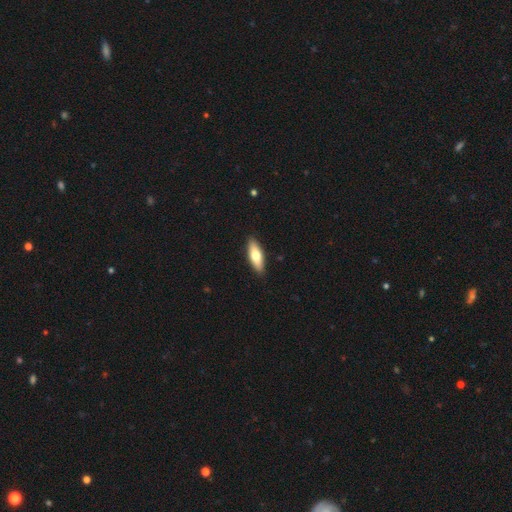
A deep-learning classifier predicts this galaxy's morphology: Overall: smooth (66%; featured or disk 28%). How rounded: in between (56%; cigar-shaped 42%). Merging: none (90%).